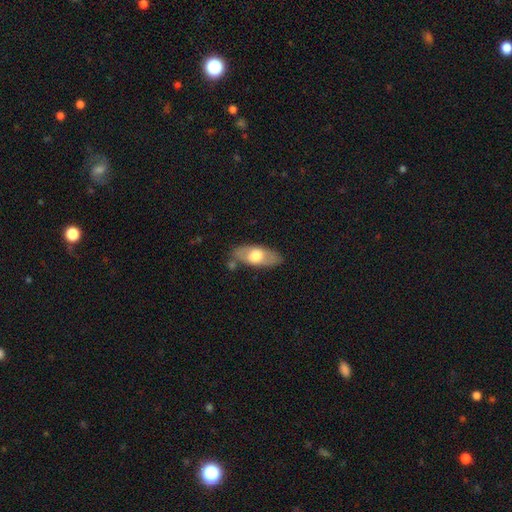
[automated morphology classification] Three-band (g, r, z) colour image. It shows a smooth galaxy with no disk features (57%) that is in between round and cigar-shaped (83%). Merging: none (75%).